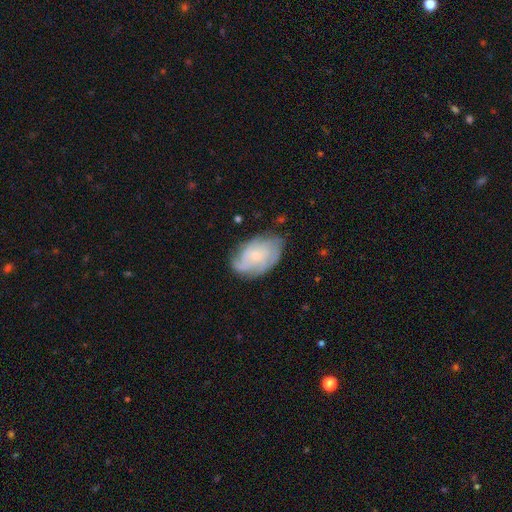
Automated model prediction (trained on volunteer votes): A featured or disk galaxy (70%) with no bar (77%), tight (53%) spiral arms (91%) and a small central bulge (71%).

Vote fractions:
- Smooth or featured? featured or disk: 70% / smooth: 24% / star or artifact: 6%
- Edge-on disk? no: 96% / yes: 4%
- Bar? no: 77% / weak: 21% / strong: 3%
- Spiral arms? yes: 91% / no: 9%
- Spiral winding? tight: 53% / medium: 34% / loose: 13%
- Spiral arm count? can't tell: 36% / 3: 24% / 4: 15% / 2: 14% / more than 4: 5% / 1: 5%
- Bulge size? small: 71% / moderate: 24% / none: 3% / large: 1% / dominant: 1%
- Merging? none: 68% / minor disturbance: 23% / major disturbance: 7% / merger: 1%